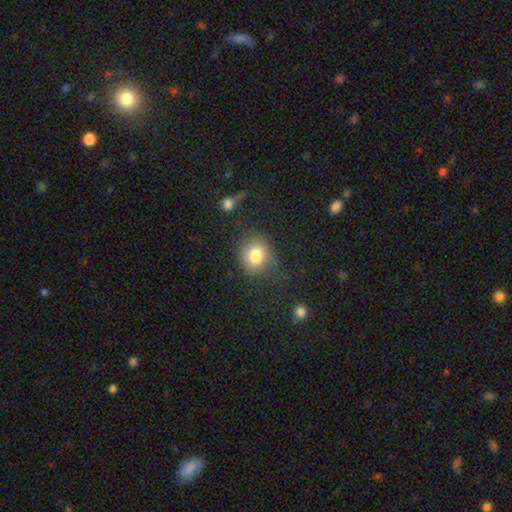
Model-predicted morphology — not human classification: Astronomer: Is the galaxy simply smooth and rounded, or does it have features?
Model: smooth — 81%.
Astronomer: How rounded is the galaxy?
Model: round — 71%.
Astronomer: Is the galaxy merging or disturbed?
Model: none — 72%.